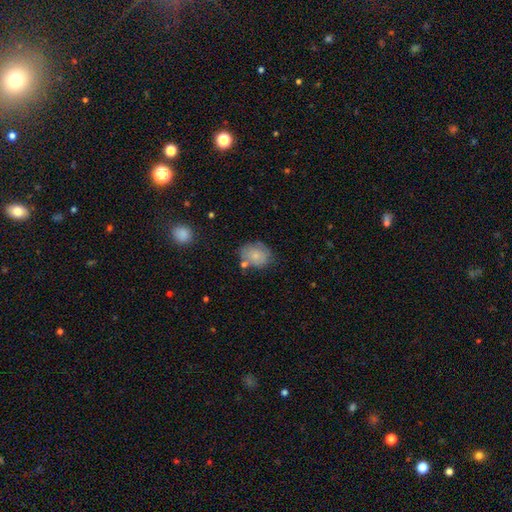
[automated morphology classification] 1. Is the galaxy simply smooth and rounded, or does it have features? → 74% smooth, 18% featured or disk, 8% star or artifact.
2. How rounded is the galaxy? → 50% round, 49% in between, 1% cigar-shaped.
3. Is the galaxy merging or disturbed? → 59% none, 23% minor disturbance, 11% merger, 7% major disturbance.